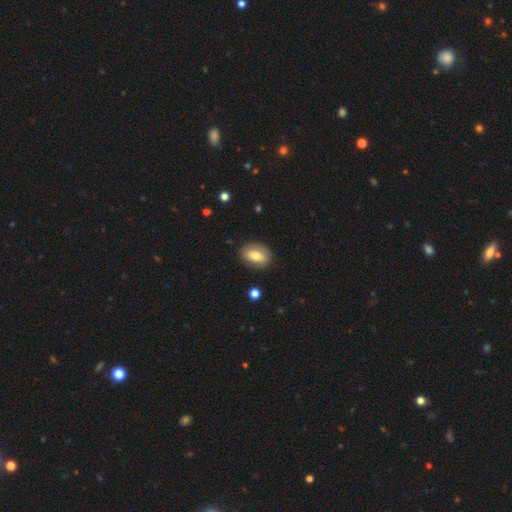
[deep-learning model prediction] Smooth or featured? smooth (69%)
How rounded? in between (82%)
Merging? none (84%)